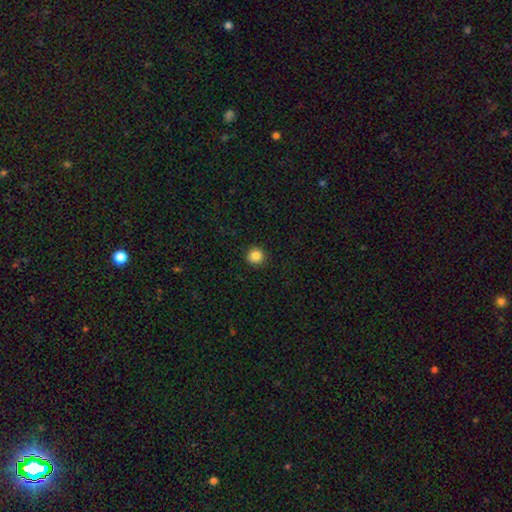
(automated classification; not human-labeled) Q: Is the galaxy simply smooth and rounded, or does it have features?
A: smooth — 86%.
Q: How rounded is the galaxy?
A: round — 94%.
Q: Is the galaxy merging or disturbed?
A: none — 93%.